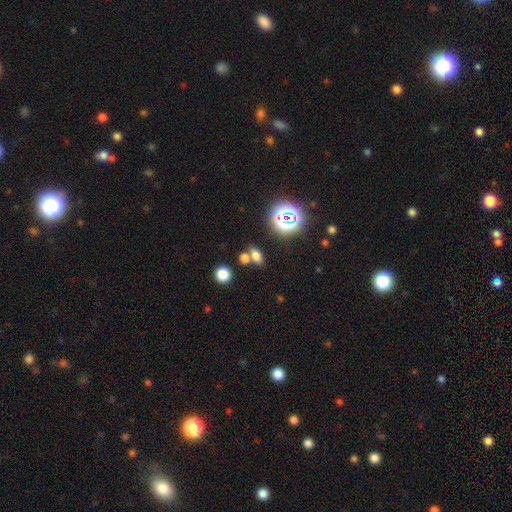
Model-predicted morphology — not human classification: This is likely a smooth galaxy (66%). How rounded: likely in between (74%). Merging: possibly none (59%).